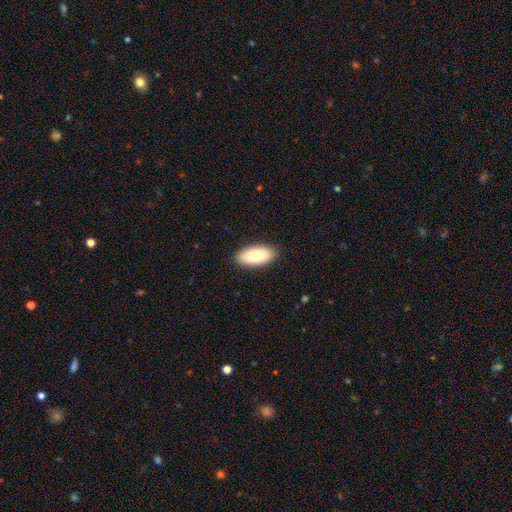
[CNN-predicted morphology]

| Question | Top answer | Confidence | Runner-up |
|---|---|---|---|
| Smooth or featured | smooth | 83% | featured or disk (11%) |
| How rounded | in between | 90% | cigar-shaped (8%) |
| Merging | none | 89% | minor disturbance (8%) |